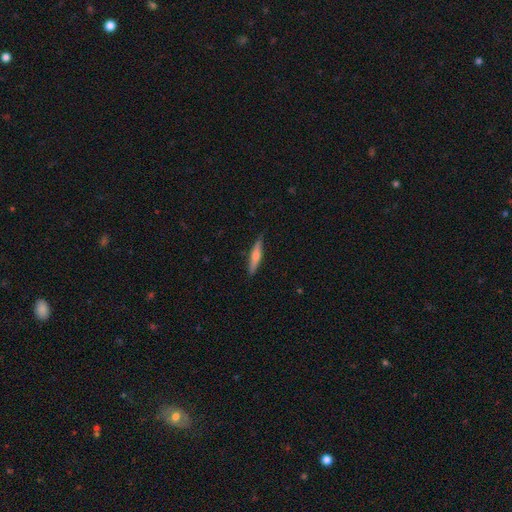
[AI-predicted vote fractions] The model was most divided on "smooth or featured": smooth: 51%, featured or disk: 43%, star or artifact: 6%. More confident: how rounded — cigar-shaped (87%); merging — none (84%).